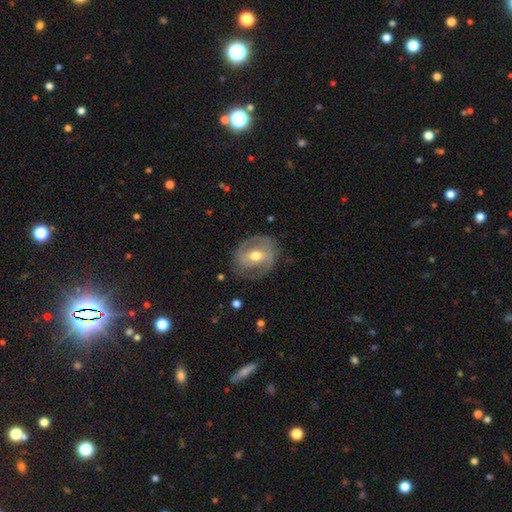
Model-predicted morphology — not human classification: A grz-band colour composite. It shows a featured or disk galaxy (70%) with a weak bar (46%), spiral arms (75%) and a moderate central bulge (77%). Merging: none (72%).